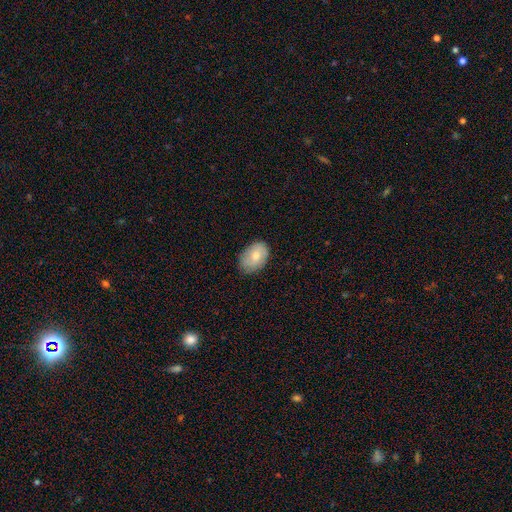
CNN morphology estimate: Overall: smooth (76%). How rounded: in between (86%). Merging: none (77%).